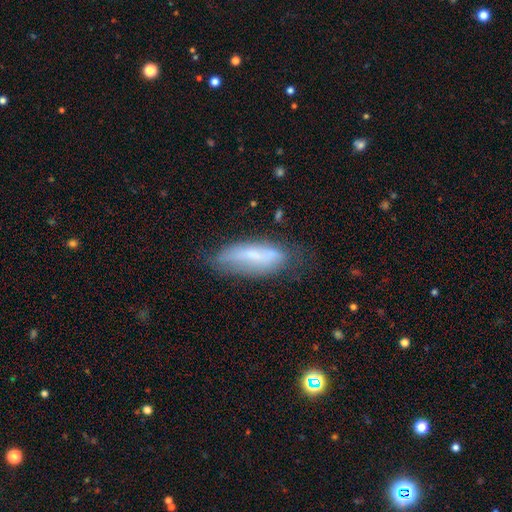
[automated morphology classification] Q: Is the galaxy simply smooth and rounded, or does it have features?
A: smooth — 58%.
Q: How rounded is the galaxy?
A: in between — 59%.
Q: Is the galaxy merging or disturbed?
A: none — 57%.